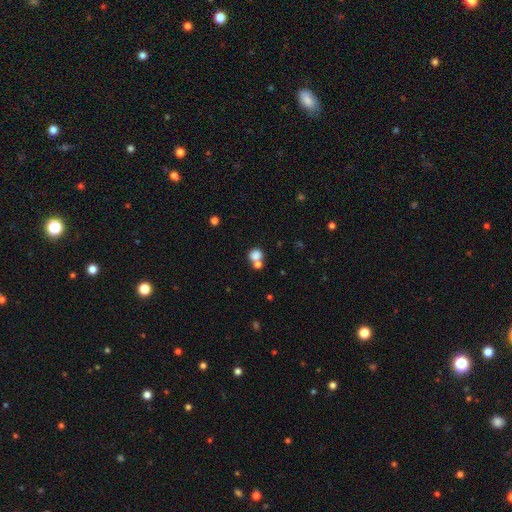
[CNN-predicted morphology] smooth_or_featured: smooth (p=0.79) [alt: star or artifact p=0.12]
how_rounded: round (p=0.76) [alt: in between p=0.23]
merging: merger (p=0.43) [tied with: none p=0.43]